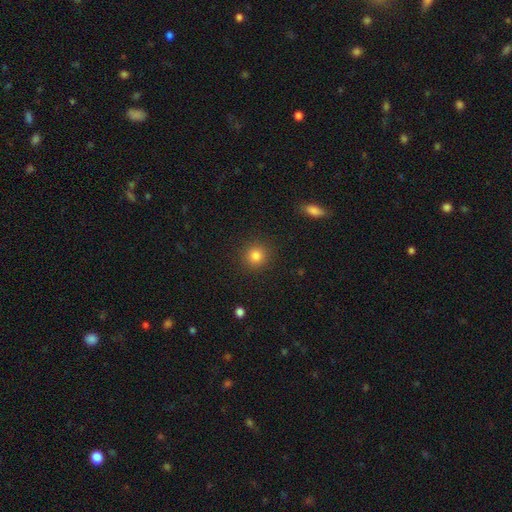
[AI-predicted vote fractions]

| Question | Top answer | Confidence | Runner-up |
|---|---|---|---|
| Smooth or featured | smooth | 83% | star or artifact (12%) |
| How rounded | round | 92% | in between (7%) |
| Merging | none | 90% | minor disturbance (6%) |